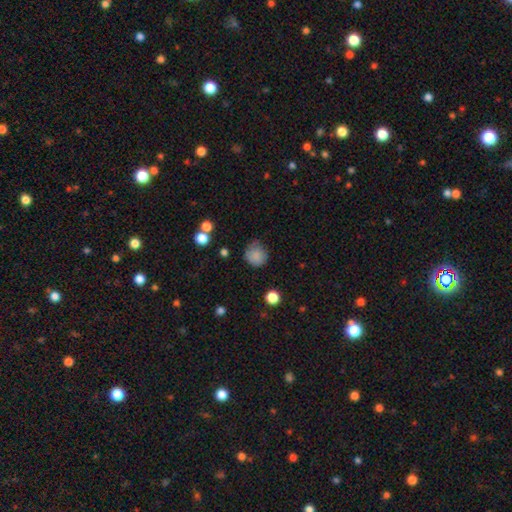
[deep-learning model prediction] A smooth galaxy with no disk features (82%) that is round (85%). Merging: none (60%).